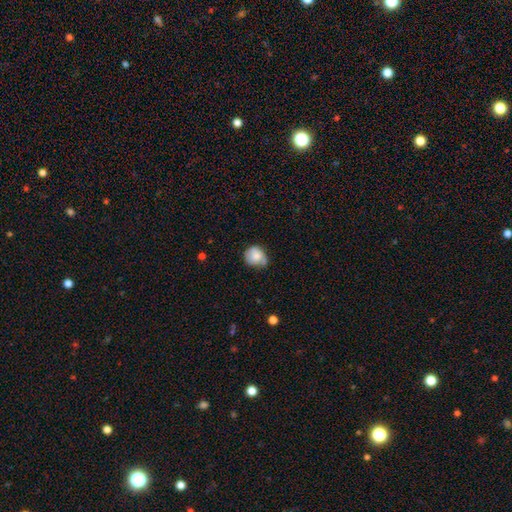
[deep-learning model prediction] smooth 72%, featured or disk 20%, star or artifact 8%. Down the decision tree: how rounded — round (76%); merging — none (46%).